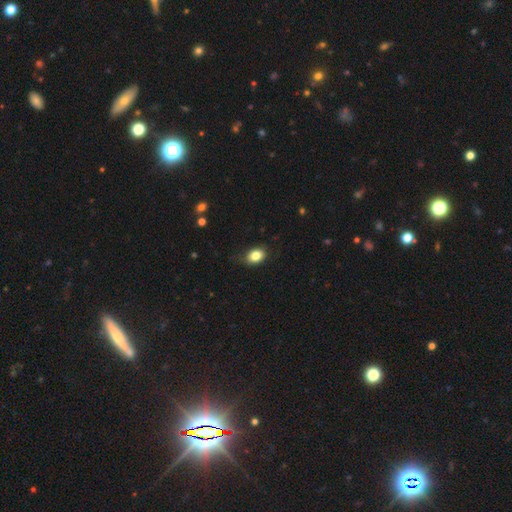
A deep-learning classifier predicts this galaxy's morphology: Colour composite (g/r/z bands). It shows a smooth galaxy with no disk features (84%) that is in between round and cigar-shaped (70%). Merging: none (73%).